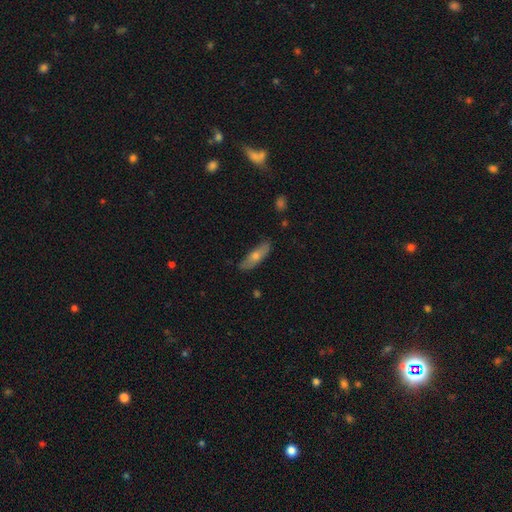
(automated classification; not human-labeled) This is possibly a smooth galaxy (55%). How rounded: possibly cigar-shaped (59%). Merging: clearly none (81%).